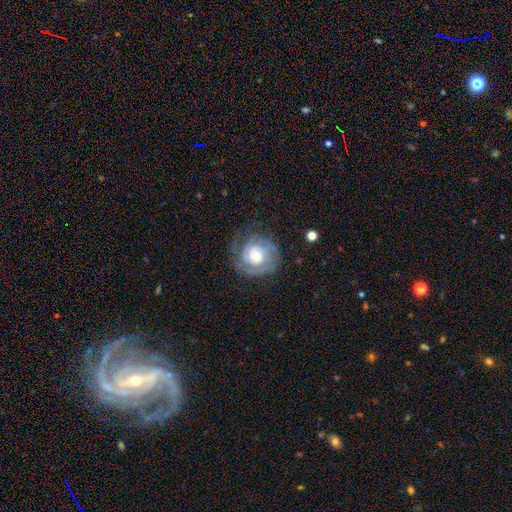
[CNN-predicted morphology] This appears to be a featured or disk galaxy (74%) with no bar (78%), 2 (35%) tight (67%) spiral arms (88%) and a moderate central bulge (42%). Merging: none (67%).